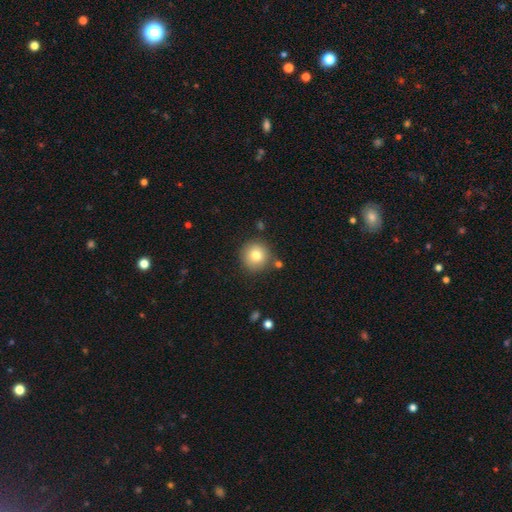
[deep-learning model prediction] A smooth galaxy with no disk features (78%) that is round (94%).

Vote fractions:
- Smooth or featured? smooth: 78% / featured or disk: 11% / star or artifact: 10%
- How rounded? round: 94% / in between: 5% / cigar-shaped: 1%
- Merging? none: 84% / minor disturbance: 9% / merger: 5% / major disturbance: 3%